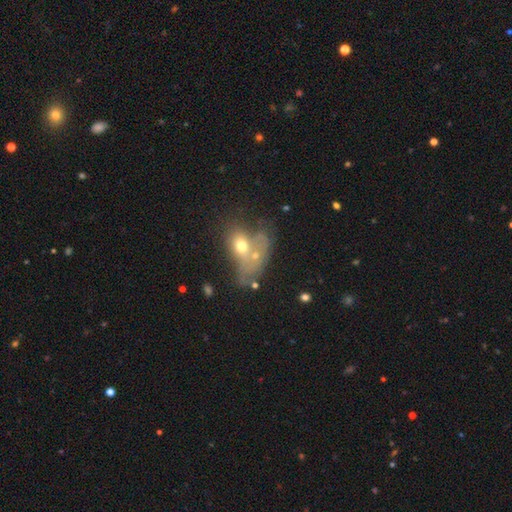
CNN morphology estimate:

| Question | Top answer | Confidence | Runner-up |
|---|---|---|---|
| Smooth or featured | smooth | 49% | featured or disk (35%) |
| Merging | merger | 50% | major disturbance (19%) |